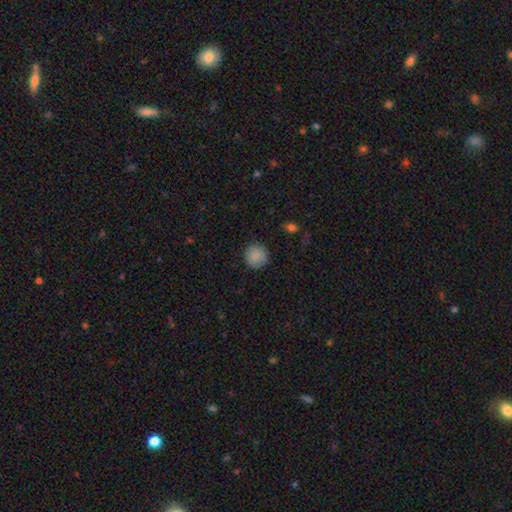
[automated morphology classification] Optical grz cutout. It shows a smooth galaxy with no disk features (88%) that is round (94%). Merging: none (89%).